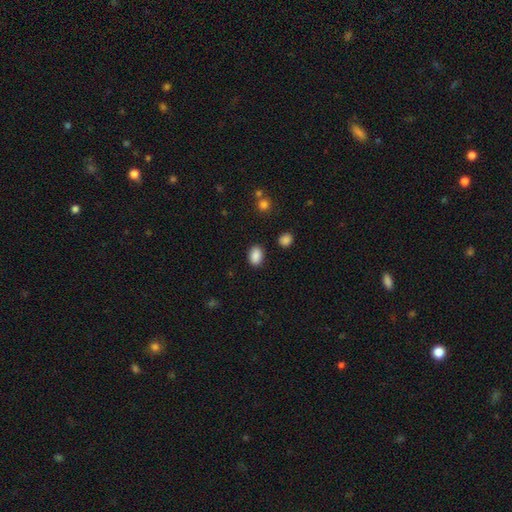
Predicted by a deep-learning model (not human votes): Overall: smooth (88%). How rounded: in between (79%). Merging: none (85%).